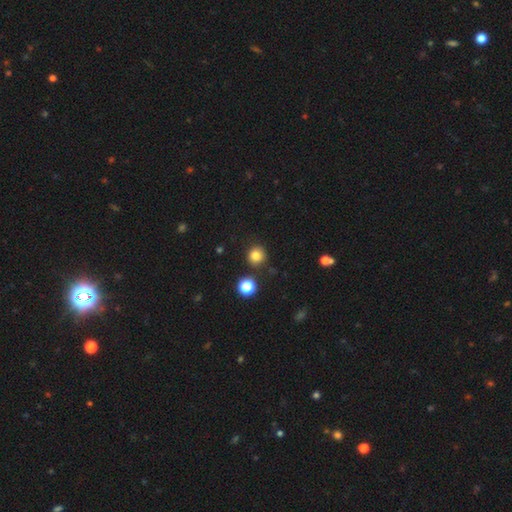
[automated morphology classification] Smooth or featured?
  - smooth: 82% *
  - star or artifact: 13%
  - featured or disk: 5%
How rounded?
  - round: 92% *
  - in between: 7%
  - cigar-shaped: 1%
Merging?
  - none: 86% *
  - minor disturbance: 8%
  - merger: 4%
  - major disturbance: 3%